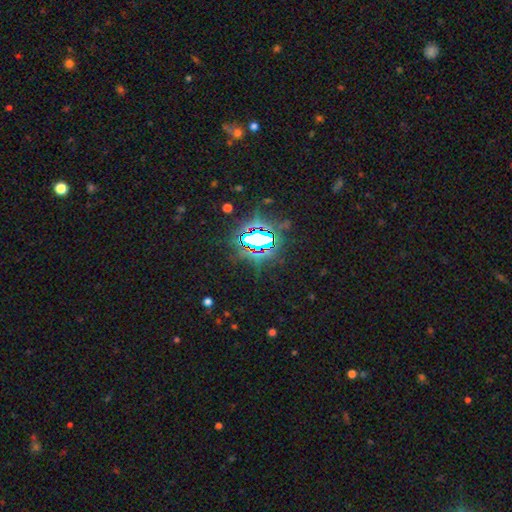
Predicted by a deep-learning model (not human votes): smooth-or-featured: star or artifact: 80% | smooth: 11% | featured or disk: 9%